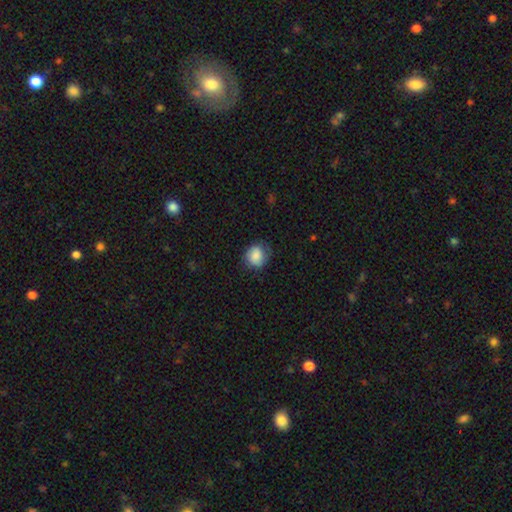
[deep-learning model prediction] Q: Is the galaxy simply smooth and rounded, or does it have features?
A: smooth — 83%.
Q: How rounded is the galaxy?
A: round — 72%.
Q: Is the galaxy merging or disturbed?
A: none — 68%.